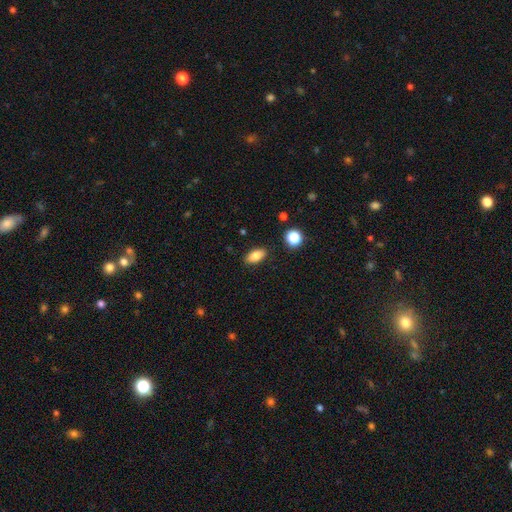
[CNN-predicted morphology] A smooth galaxy with no disk features (82%) that is in between round and cigar-shaped (89%). Merging: none (87%).